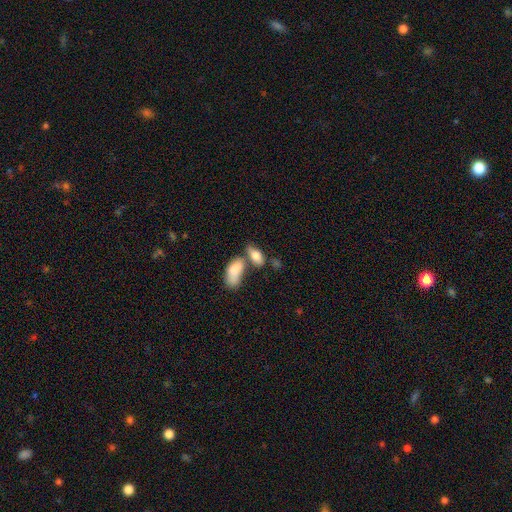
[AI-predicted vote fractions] Smooth or featured? Predicted: smooth (p=0.78). How rounded? Predicted: in between (p=0.86). Merging? Predicted: none (p=0.43).